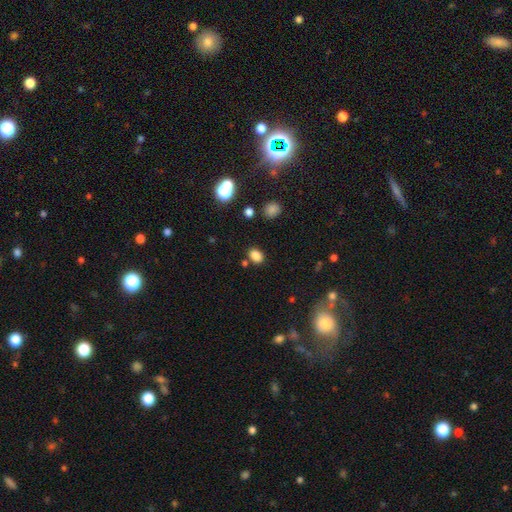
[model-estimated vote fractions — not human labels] This appears to be a smooth galaxy with no disk features (83%) that is in between round and cigar-shaped (71%). Merging: none (78%).